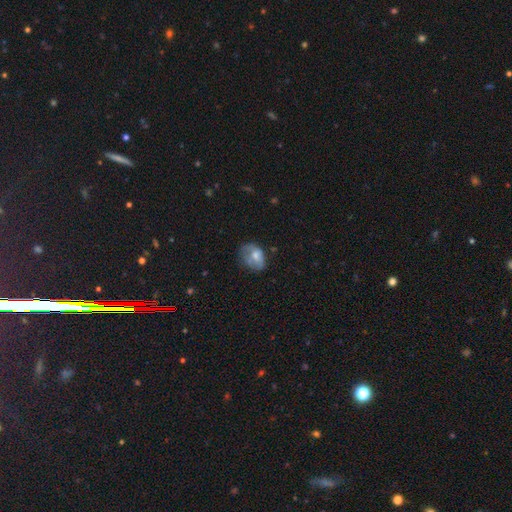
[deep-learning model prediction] A smooth galaxy with no disk features (60%) that is in between round and cigar-shaped (69%).

Vote fractions:
- Smooth or featured? smooth: 60% / featured or disk: 32% / star or artifact: 9%
- How rounded? in between: 69% / round: 29% / cigar-shaped: 1%
- Merging? none: 38% / minor disturbance: 34% / major disturbance: 25% / merger: 4%